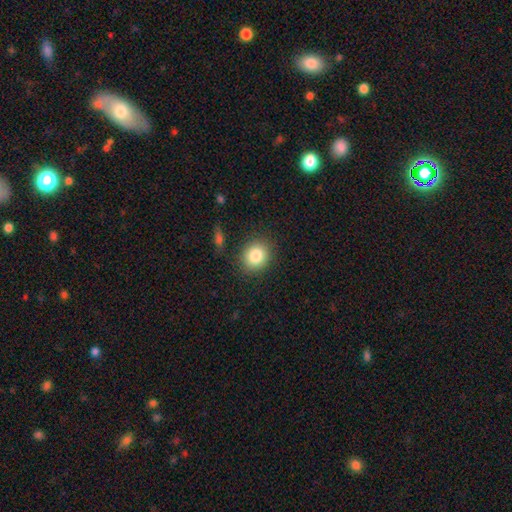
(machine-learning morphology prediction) The model was most divided on "how rounded": round: 76%, in between: 23%, cigar-shaped: 1%. More confident: merging — none (86%); smooth or featured — smooth (84%).